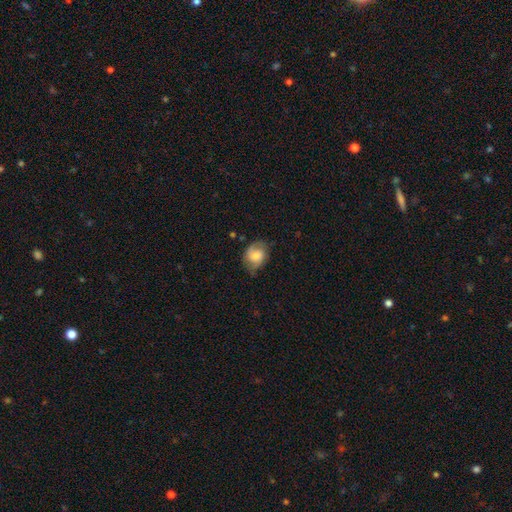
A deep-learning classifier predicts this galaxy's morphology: This is possibly a smooth galaxy (59%). How rounded: possibly in between (53%). Merging: possibly none (56%).